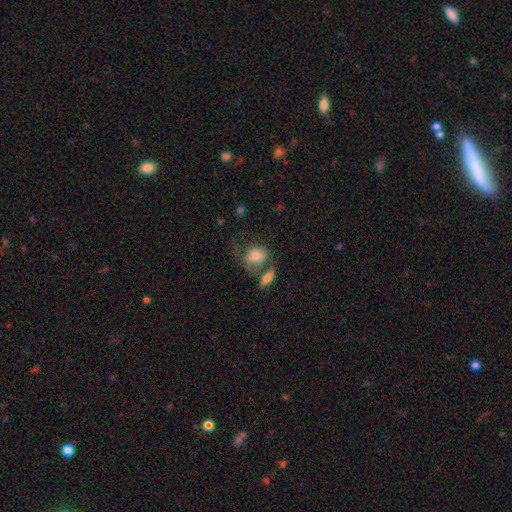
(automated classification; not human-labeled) Q: Smooth or featured?
A: smooth (68%); runner-up: featured or disk (24%)
Q: How rounded?
A: round (61%); runner-up: in between (37%)
Q: Merging?
A: merger (29%); runner-up: none (27%)